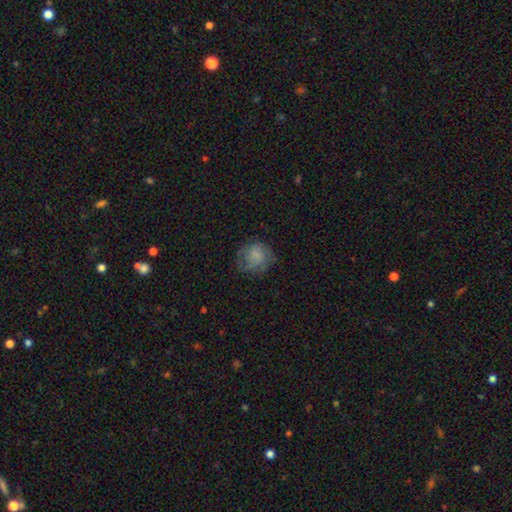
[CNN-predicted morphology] This is likely a smooth galaxy (67%). How rounded: likely round (78%). Merging: possibly none (60%).